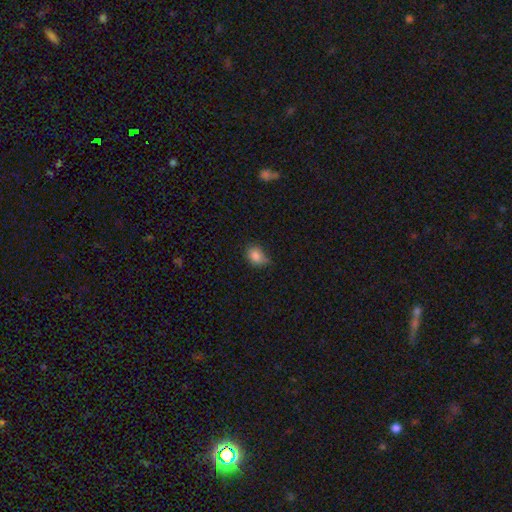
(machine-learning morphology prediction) Smooth or featured? smooth (84%)
How rounded? in between (58%)
Merging? none (51%)